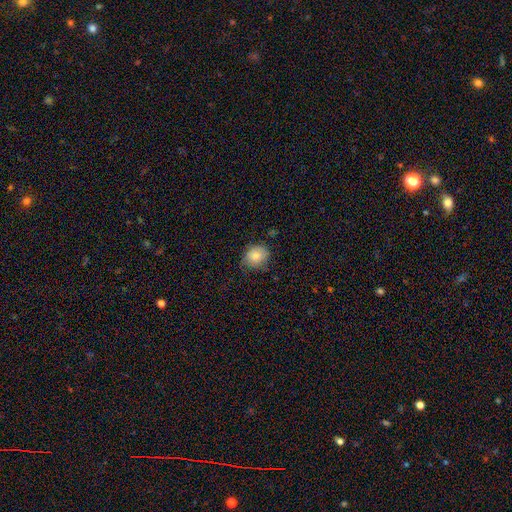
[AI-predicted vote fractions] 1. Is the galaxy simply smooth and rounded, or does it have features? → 82% smooth, 10% featured or disk, 9% star or artifact.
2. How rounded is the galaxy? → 67% round, 32% in between, 1% cigar-shaped.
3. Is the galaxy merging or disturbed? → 70% none, 24% minor disturbance, 5% major disturbance, 1% merger.